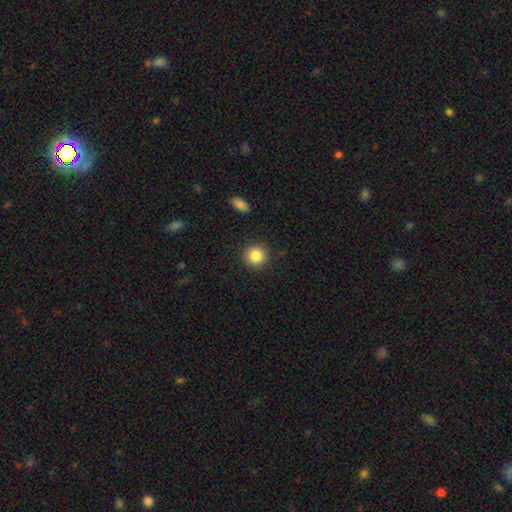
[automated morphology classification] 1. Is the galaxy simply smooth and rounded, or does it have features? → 85% smooth, 9% star or artifact, 5% featured or disk.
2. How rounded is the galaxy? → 93% round, 6% in between, 1% cigar-shaped.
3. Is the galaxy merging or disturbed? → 90% none, 6% minor disturbance, 2% major disturbance, 1% merger.